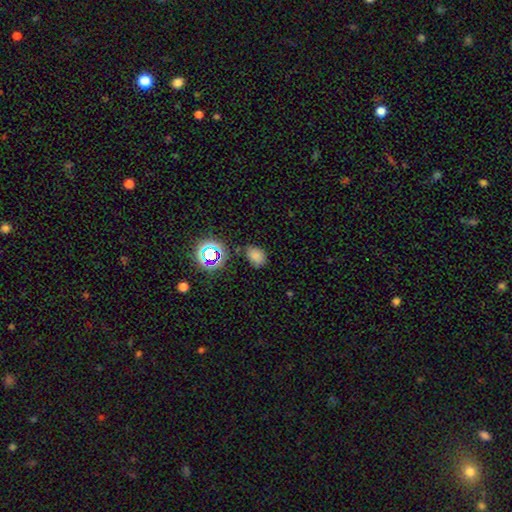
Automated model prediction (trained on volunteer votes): A smooth galaxy with no disk features (71%) that is in between round and cigar-shaped (71%). Merging: none (70%).